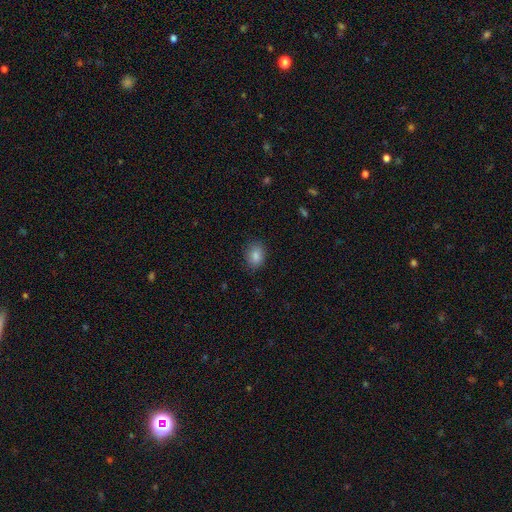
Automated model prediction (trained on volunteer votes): A smooth galaxy with no disk features (85%) that is in between round and cigar-shaped (63%).

Vote fractions:
- Smooth or featured? smooth: 85% / star or artifact: 9% / featured or disk: 6%
- How rounded? in between: 63% / round: 36% / cigar-shaped: 1%
- Merging? none: 83% / minor disturbance: 13% / major disturbance: 3% / merger: 1%